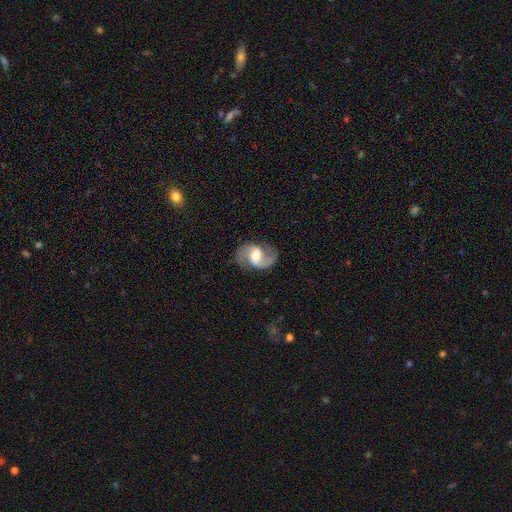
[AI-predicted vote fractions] This is clearly a featured or disk galaxy (86%). It is clearly not viewed edge-on (98%). Bar: possibly weak (51%). Spiral arm pattern: clearly yes (96%). Spiral arm count: clearly 2 (92%). Spiral winding: possibly medium (56%). Central bulge: possibly moderate (57%). Merging: likely none (79%).